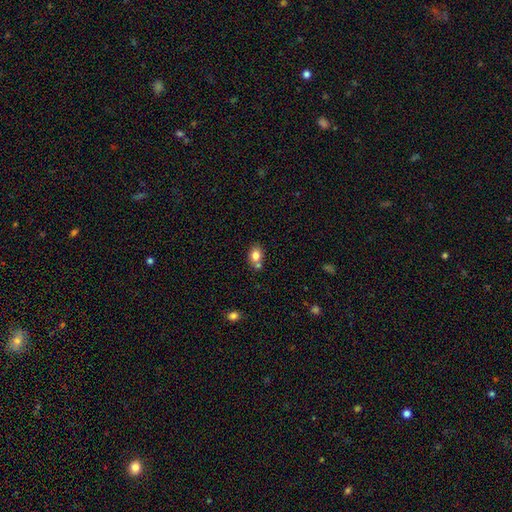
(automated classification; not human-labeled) This appears to be a smooth galaxy with no disk features (80%) that is in between round and cigar-shaped (56%). Merging: none (56%).